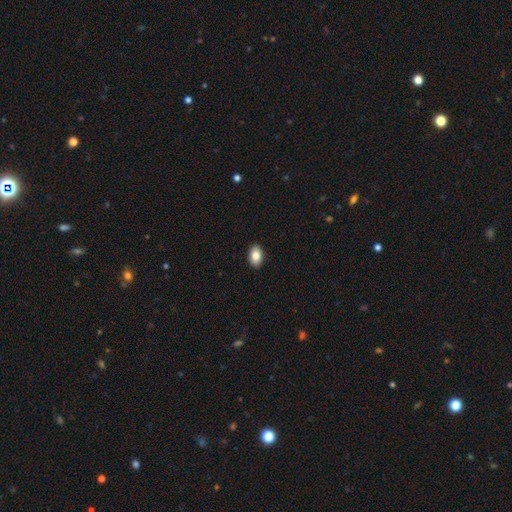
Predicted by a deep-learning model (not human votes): smooth 85%, featured or disk 8%, star or artifact 7%. Down the decision tree: how rounded — in between (89%); merging — none (91%).